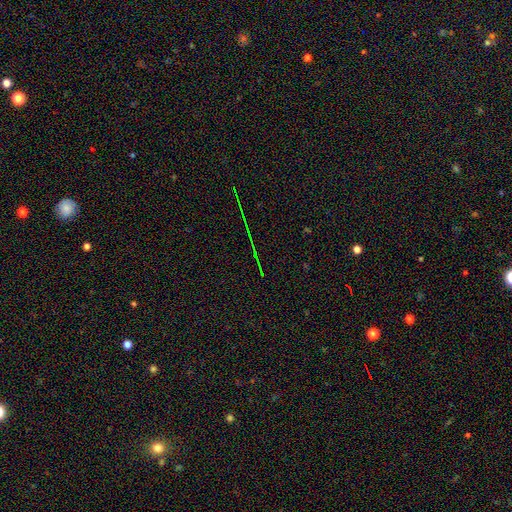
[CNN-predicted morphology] Overall: star or artifact (78%).